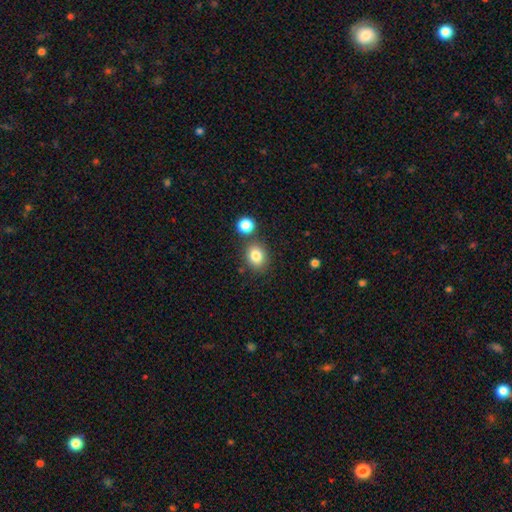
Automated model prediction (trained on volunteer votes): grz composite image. It shows a smooth galaxy with no disk features (83%) that is round (59%). Merging: none (76%).